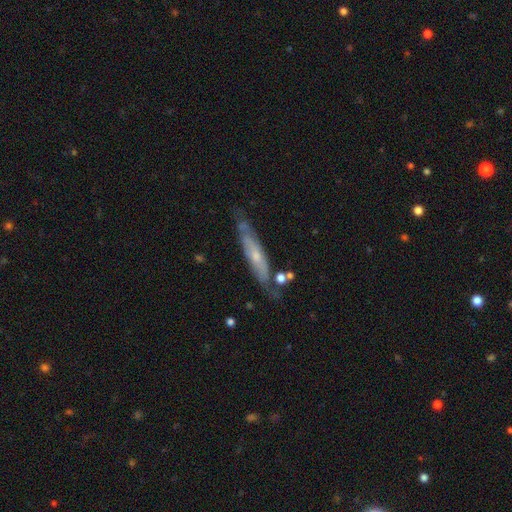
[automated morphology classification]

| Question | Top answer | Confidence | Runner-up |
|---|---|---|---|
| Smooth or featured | featured or disk | 61% | smooth (32%) |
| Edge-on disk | yes | 58% | no (42%) |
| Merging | none | 64% | minor disturbance (23%) |